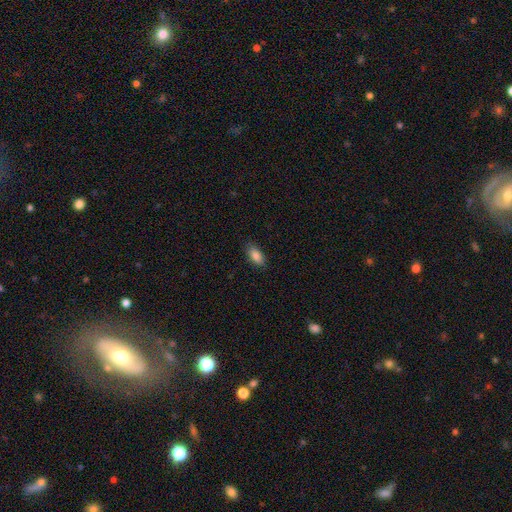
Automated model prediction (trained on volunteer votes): A smooth galaxy with no disk features (85%) that is in between round and cigar-shaped (89%). Merging: none (86%).